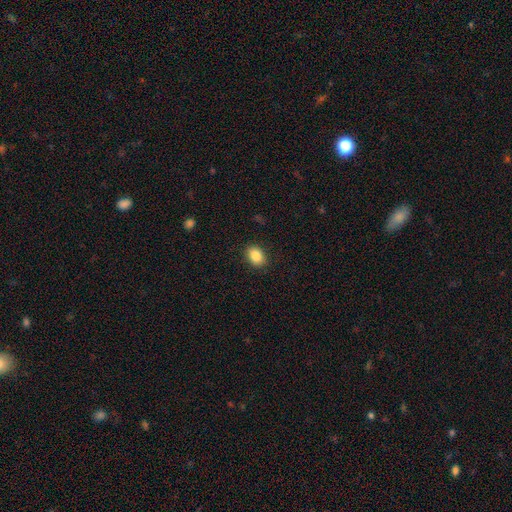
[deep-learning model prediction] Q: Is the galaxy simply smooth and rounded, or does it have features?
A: smooth — 87%.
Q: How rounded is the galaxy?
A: in between — 72%.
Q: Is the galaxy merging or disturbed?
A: none — 88%.